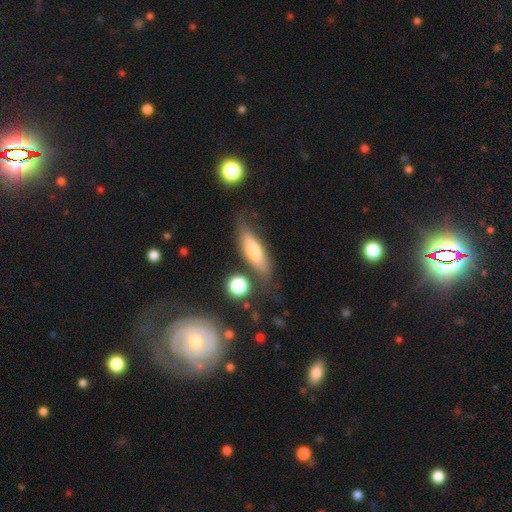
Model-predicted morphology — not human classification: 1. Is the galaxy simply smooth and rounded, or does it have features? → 63% smooth, 29% featured or disk, 8% star or artifact.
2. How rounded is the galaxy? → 56% cigar-shaped, 41% in between, 3% round.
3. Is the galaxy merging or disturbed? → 70% none, 18% minor disturbance, 6% major disturbance, 5% merger.